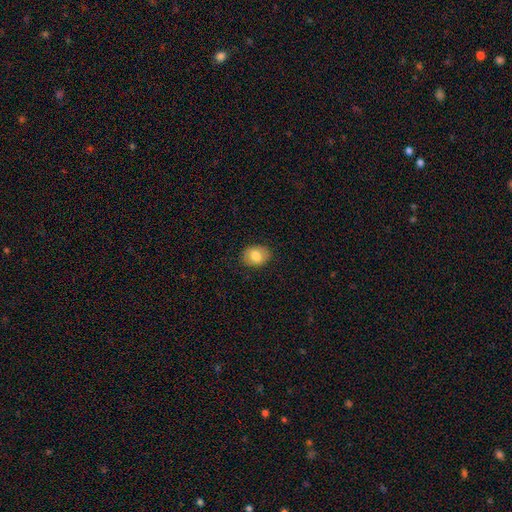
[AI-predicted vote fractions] smooth 80%, featured or disk 12%, star or artifact 8%. Down the decision tree: how rounded — in between (56%); merging — none (87%).